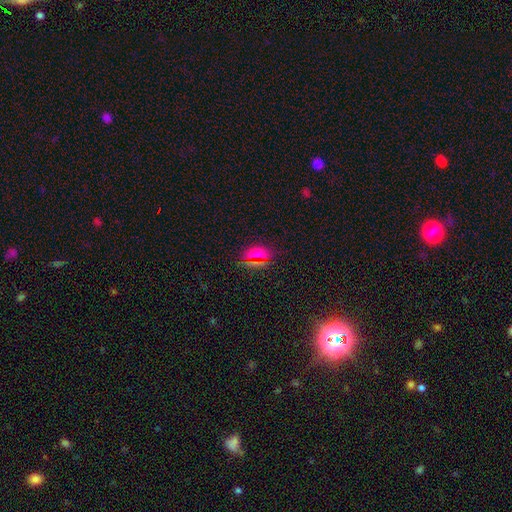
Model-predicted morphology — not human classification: This appears to be a smooth galaxy with no disk features (53%) that is in between round and cigar-shaped (64%). Merging: none (78%).